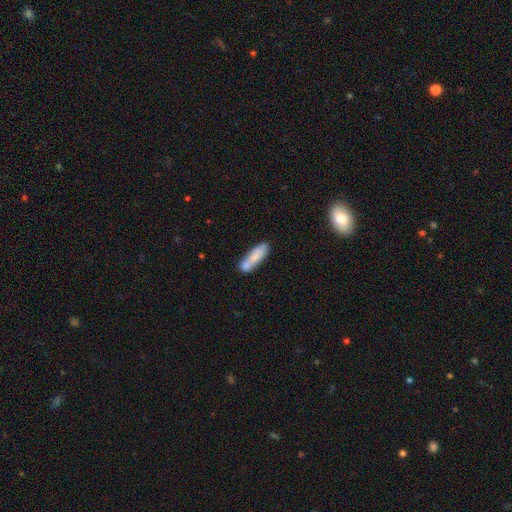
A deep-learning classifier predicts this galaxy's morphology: type=smooth (73%); roundness=cigar-shaped (57%); merging=none (51%).